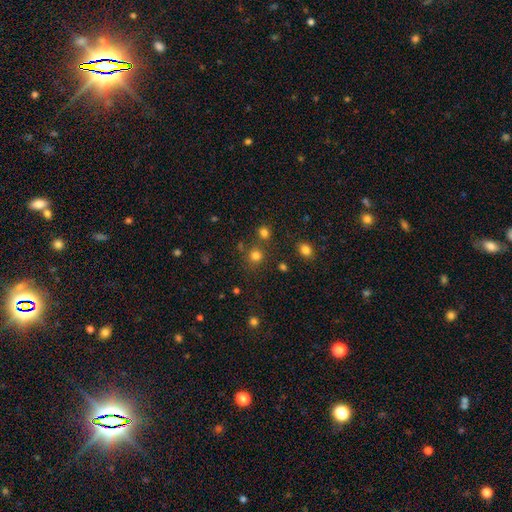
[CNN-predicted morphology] smooth 77%, star or artifact 18%, featured or disk 6%. Down the decision tree: how rounded — round (90%); merging — none (76%).